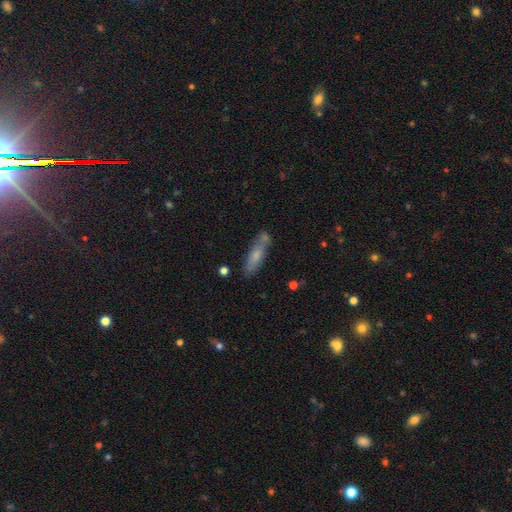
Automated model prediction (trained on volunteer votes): smooth 70%, featured or disk 24%, star or artifact 7%. Down the decision tree: how rounded — cigar-shaped (67%); merging — none (65%).